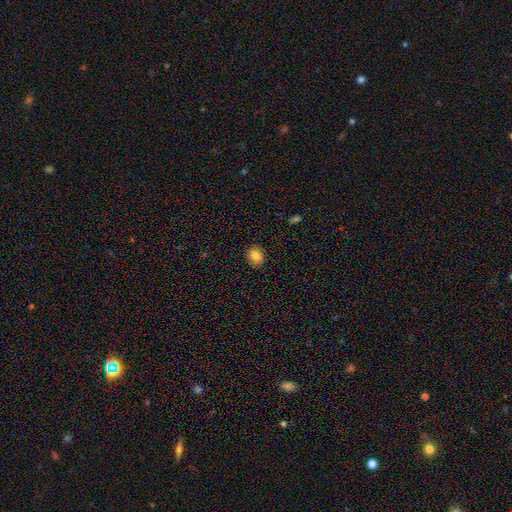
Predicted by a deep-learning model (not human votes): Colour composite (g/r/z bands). It shows a smooth galaxy with no disk features (81%) that is round (65%). Merging: none (89%).